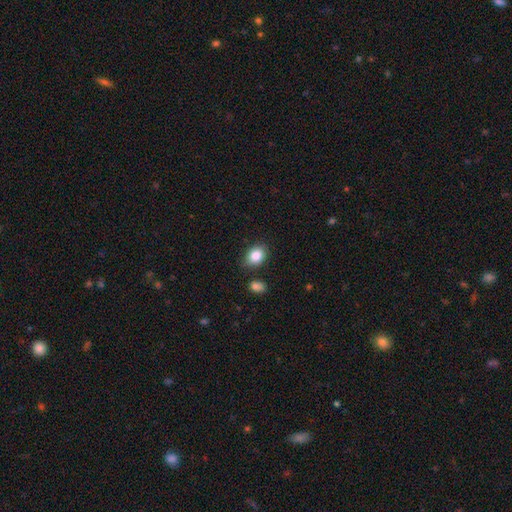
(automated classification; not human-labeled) smooth 86%, star or artifact 8%, featured or disk 6%. Down the decision tree: how rounded — in between (72%); merging — none (80%).